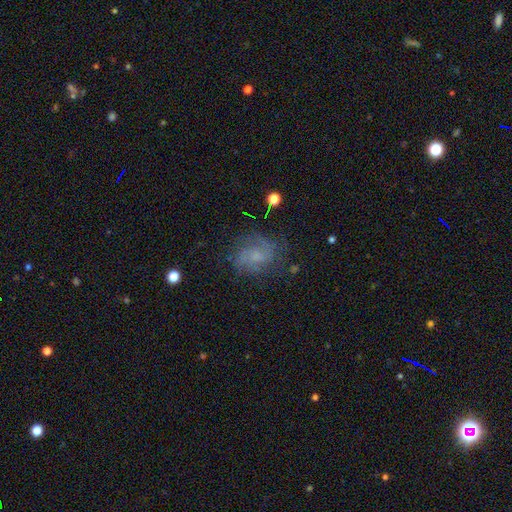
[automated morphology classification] A featured or disk galaxy (55%) with no bar (63%), spiral arms (81%) and a small central bulge (38%). Merging: none (64%).